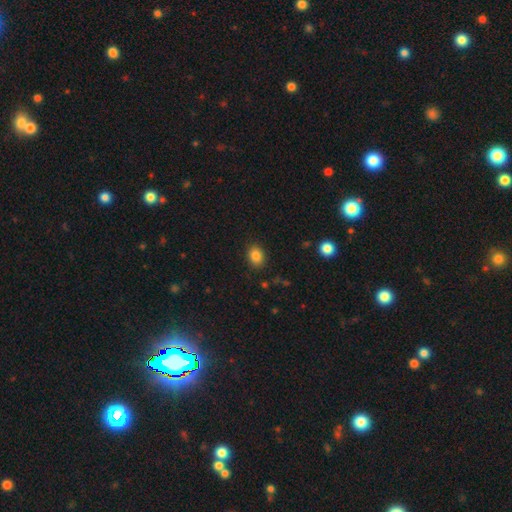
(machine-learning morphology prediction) A smooth galaxy with no disk features (85%) that is in between round and cigar-shaped (56%).

Vote fractions:
- Smooth or featured? smooth: 85% / star or artifact: 10% / featured or disk: 5%
- How rounded? in between: 56% / round: 43% / cigar-shaped: 1%
- Merging? none: 87% / minor disturbance: 9% / major disturbance: 3% / merger: 1%